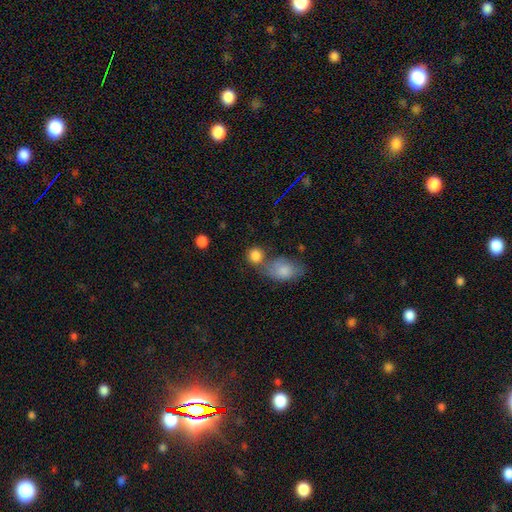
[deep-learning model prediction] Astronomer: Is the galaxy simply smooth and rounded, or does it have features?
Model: smooth — 84%.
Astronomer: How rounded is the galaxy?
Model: round — 76%.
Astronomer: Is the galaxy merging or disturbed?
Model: none — 50% (runner-up: merger, 34%).